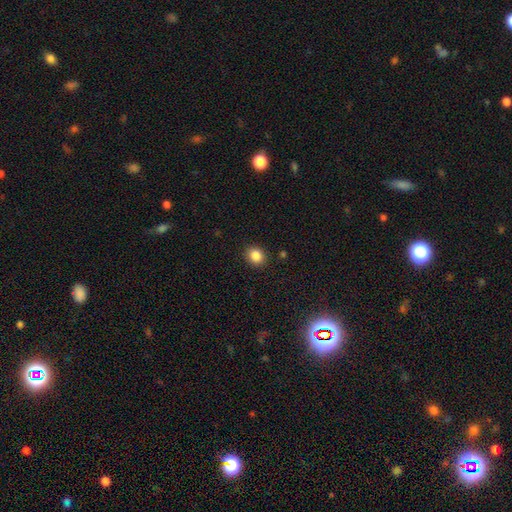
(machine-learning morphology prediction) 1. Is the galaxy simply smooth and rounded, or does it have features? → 85% smooth, 11% star or artifact, 5% featured or disk.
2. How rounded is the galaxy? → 71% round, 28% in between, 1% cigar-shaped.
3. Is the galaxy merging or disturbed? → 90% none, 7% minor disturbance, 2% major disturbance, 1% merger.